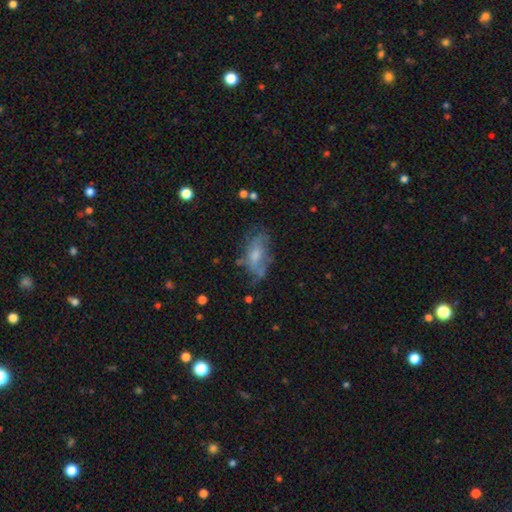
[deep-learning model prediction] smooth 45%, featured or disk 44%, star or artifact 11%. Down the decision tree: merging — none (49%).